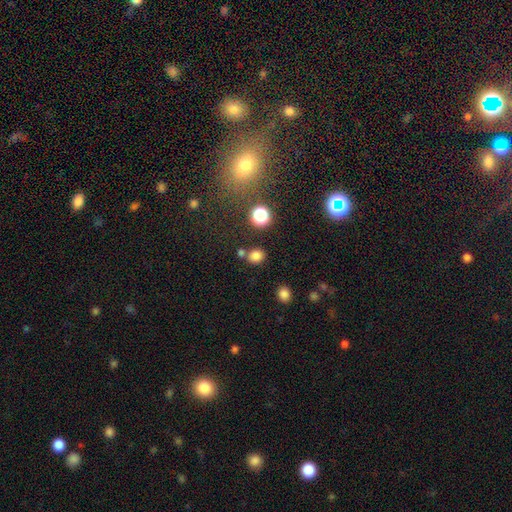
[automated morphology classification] A smooth galaxy with no disk features (79%) that is round (66%).

Vote fractions:
- Smooth or featured? smooth: 79% / star or artifact: 16% / featured or disk: 6%
- How rounded? round: 66% / in between: 33% / cigar-shaped: 1%
- Merging? none: 69% / merger: 16% / minor disturbance: 11% / major disturbance: 4%